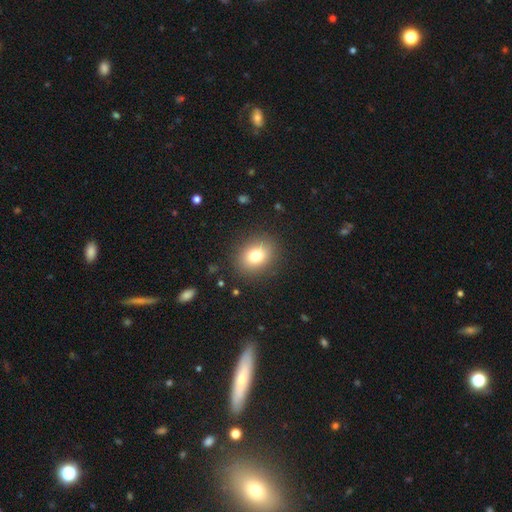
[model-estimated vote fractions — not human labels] A smooth galaxy with no disk features (80%) that is in between round and cigar-shaped (51%).

Vote fractions:
- Smooth or featured? smooth: 80% / star or artifact: 11% / featured or disk: 9%
- How rounded? in between: 51% / round: 48% / cigar-shaped: 1%
- Merging? none: 88% / minor disturbance: 8% / major disturbance: 3% / merger: 1%